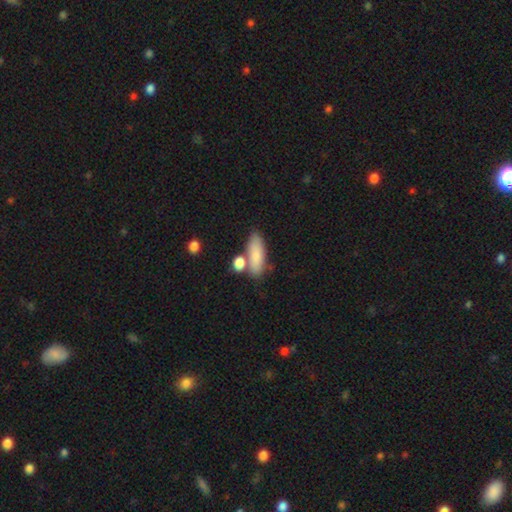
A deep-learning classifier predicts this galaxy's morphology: A smooth galaxy with no disk features (82%) that is in between round and cigar-shaped (68%). Merging: none (59%).